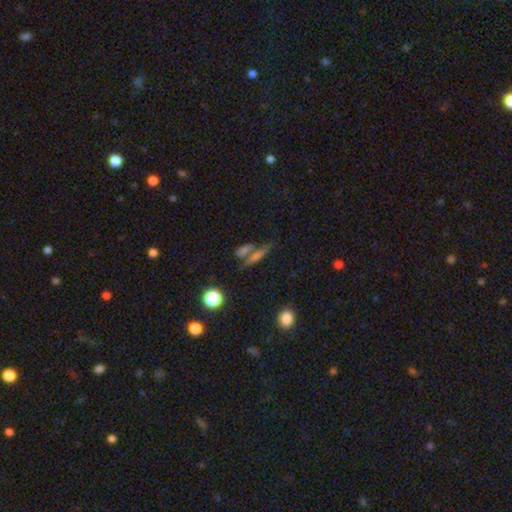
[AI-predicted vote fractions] This appears to be a smooth galaxy with no disk features (56%) that is cigar-shaped (63%). Merging: none (50%).